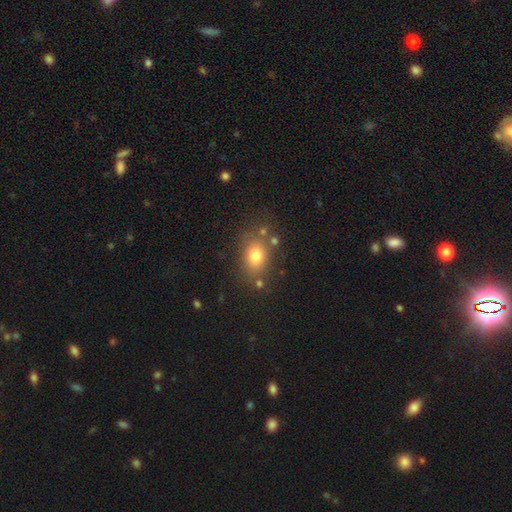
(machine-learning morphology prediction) smooth 77%, star or artifact 13%, featured or disk 11%. Down the decision tree: how rounded — in between (58%); merging — none (74%).